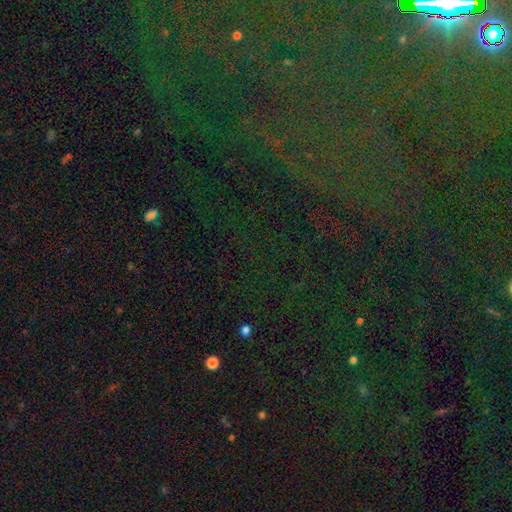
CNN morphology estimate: smooth_or_featured: star or artifact (p=0.81) [alt: smooth p=0.10]